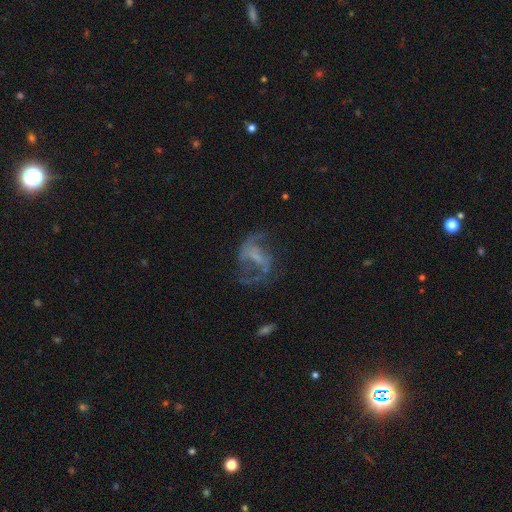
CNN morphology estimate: type=featured or disk (73%); edge-on=no (97%); bar=weak (41%); spiral arms=yes (74%); winding=loose (50%); arm count=2 (75%); bulge=none (49%); merging=none (48%).